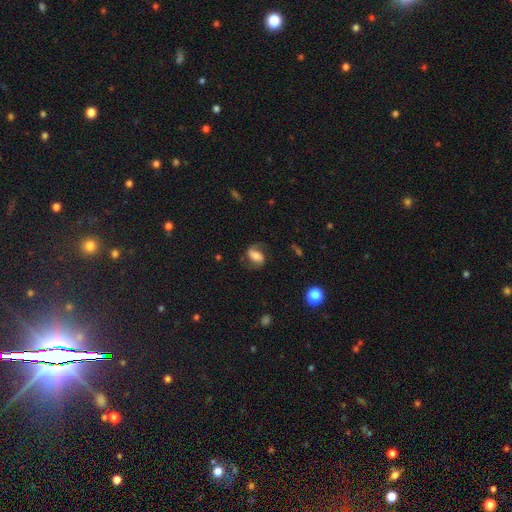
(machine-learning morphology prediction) Overall: featured or disk (54%; smooth 37%). Edge-on disk: no (95%). Bar: weak (36%; no 35%). Spiral arms: yes (89%). Bulge size: moderate (44%; large 22%). Merging: none (64%).